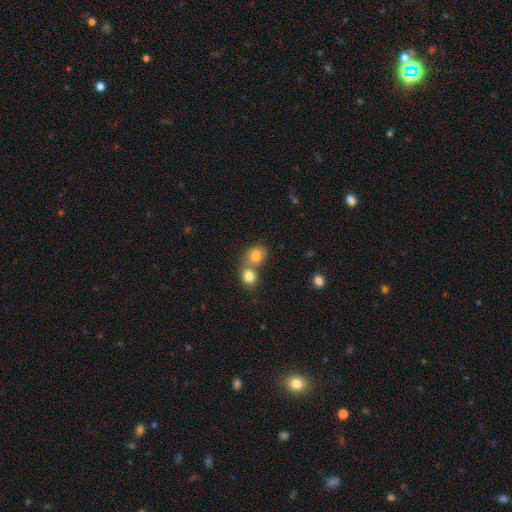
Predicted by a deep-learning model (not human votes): smooth_or_featured: smooth (p=0.81) [alt: star or artifact p=0.11]
how_rounded: round (p=0.59) [alt: in between p=0.40]
merging: merger (p=0.51) [alt: none p=0.39]